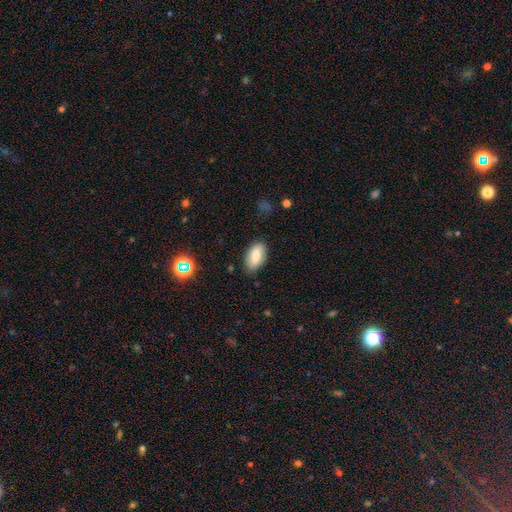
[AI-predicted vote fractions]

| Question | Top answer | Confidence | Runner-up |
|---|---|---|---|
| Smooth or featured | smooth | 76% | featured or disk (16%) |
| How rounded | in between | 92% | cigar-shaped (4%) |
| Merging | none | 83% | minor disturbance (13%) |